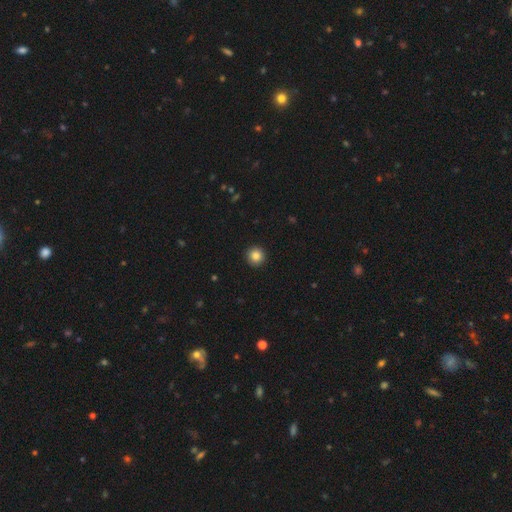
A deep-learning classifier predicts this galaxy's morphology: Smooth or featured?
  - smooth: 86% *
  - star or artifact: 10%
  - featured or disk: 4%
How rounded?
  - round: 95% *
  - in between: 4%
  - cigar-shaped: 1%
Merging?
  - none: 93% *
  - minor disturbance: 4%
  - major disturbance: 2%
  - merger: 1%